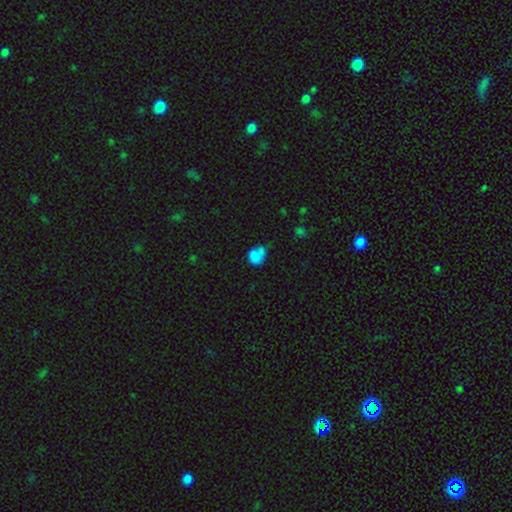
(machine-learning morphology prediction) This appears to be a smooth galaxy with no disk features (75%) that is round (51%). Merging: none (36%).